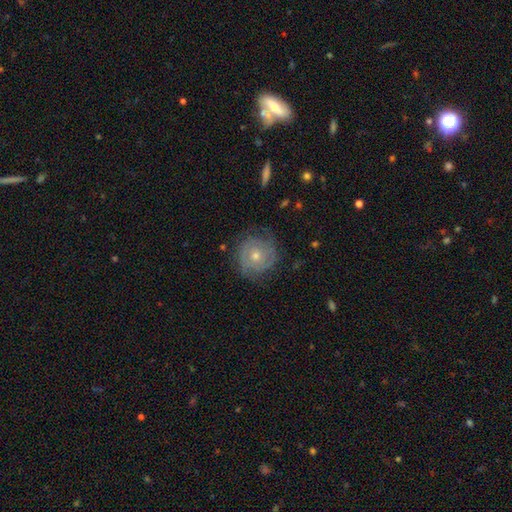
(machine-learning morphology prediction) Smooth or featured: featured or disk — 72% (smooth — 19%)
Edge-on disk: no — 97% (yes — 3%)
Bar: no — 83% (weak — 14%)
Spiral arms: yes — 88% (no — 12%)
Spiral winding: tight — 73% (medium — 21%)
Spiral arm count: 2 — 35% (tied with can't tell — 35%)
Bulge size: moderate — 51% (small — 45%)
Merging: none — 78% (minor disturbance — 15%)